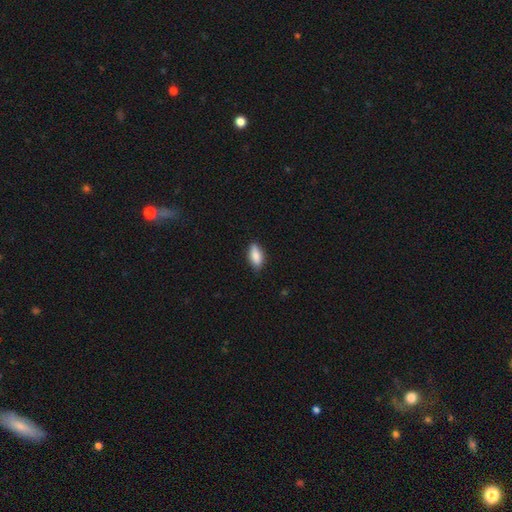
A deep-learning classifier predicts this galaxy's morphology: This appears to be a smooth galaxy with no disk features (82%) that is in between round and cigar-shaped (80%). Merging: none (80%).